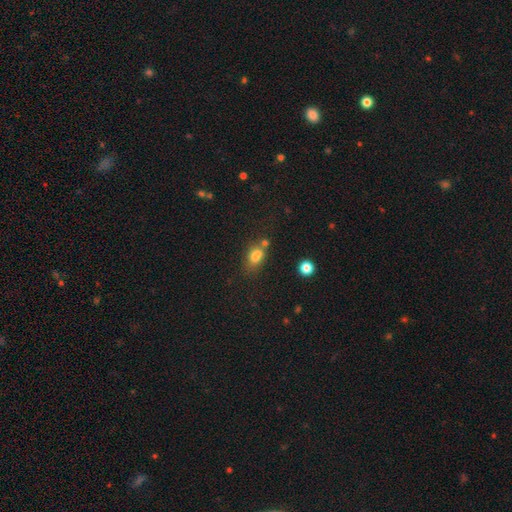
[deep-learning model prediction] A smooth galaxy with no disk features (77%) that is in between round and cigar-shaped (74%). Merging: none (44%).